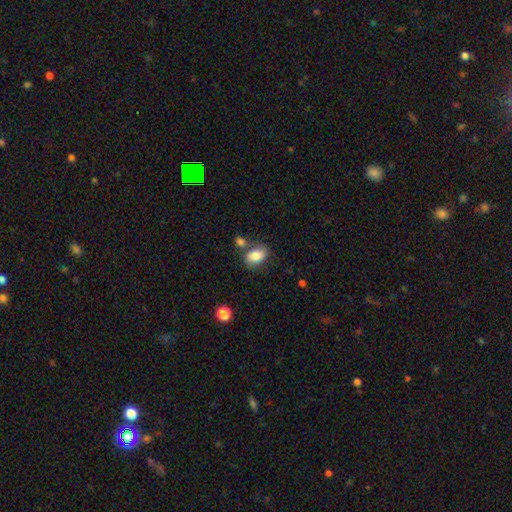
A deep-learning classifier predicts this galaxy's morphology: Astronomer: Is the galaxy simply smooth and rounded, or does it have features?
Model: smooth — 82%.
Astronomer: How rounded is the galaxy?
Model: in between — 84%.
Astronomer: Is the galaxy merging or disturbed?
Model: none — 63%.